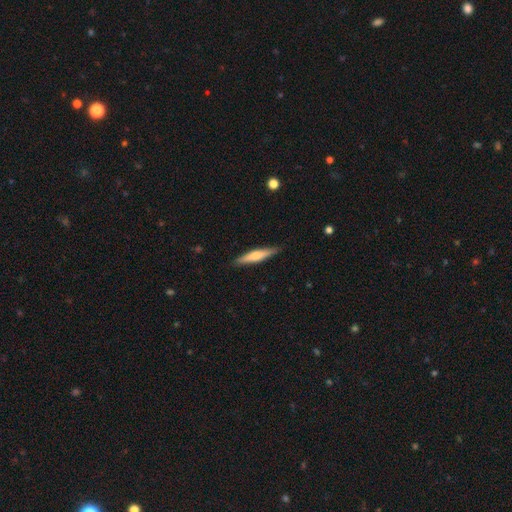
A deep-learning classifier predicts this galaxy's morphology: Smooth or featured: smooth — 50% (featured or disk — 44%)
How rounded: cigar-shaped — 87% (in between — 11%)
Merging: none — 89% (minor disturbance — 9%)